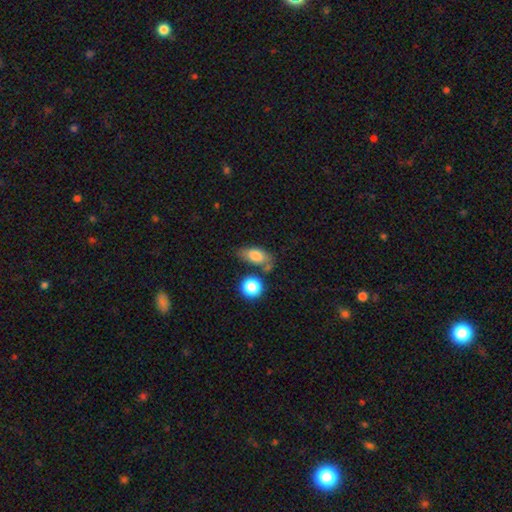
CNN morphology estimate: The model was most divided on "merging": none: 53%, minor disturbance: 22%, merger: 17%, major disturbance: 8%. More confident: how rounded — in between (82%); smooth or featured — smooth (76%).